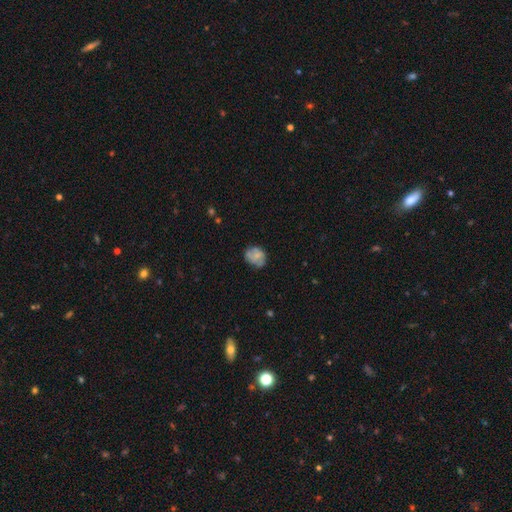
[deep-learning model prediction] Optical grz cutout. It shows a smooth galaxy with no disk features (50%). Merging: none (61%).